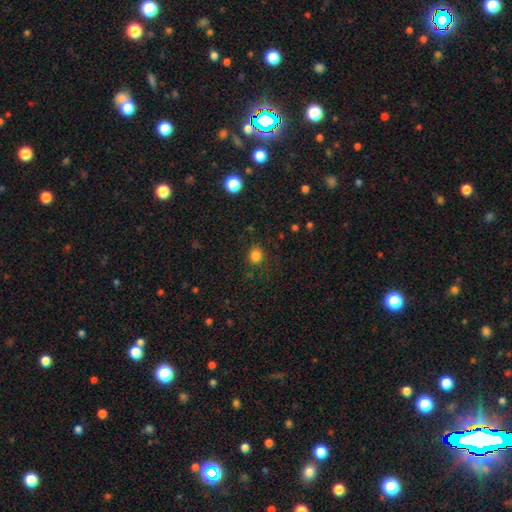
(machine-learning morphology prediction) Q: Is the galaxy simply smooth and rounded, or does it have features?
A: smooth — 81%.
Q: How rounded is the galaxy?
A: round — 70%.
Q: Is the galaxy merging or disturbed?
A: none — 82%.